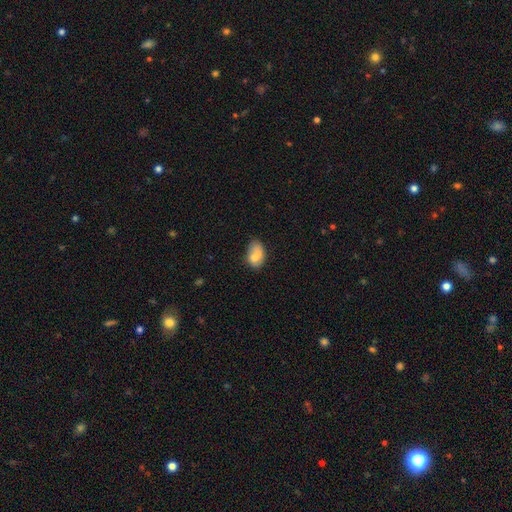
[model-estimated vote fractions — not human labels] A smooth galaxy with no disk features (69%) that is in between round and cigar-shaped (83%). Merging: none (36%).